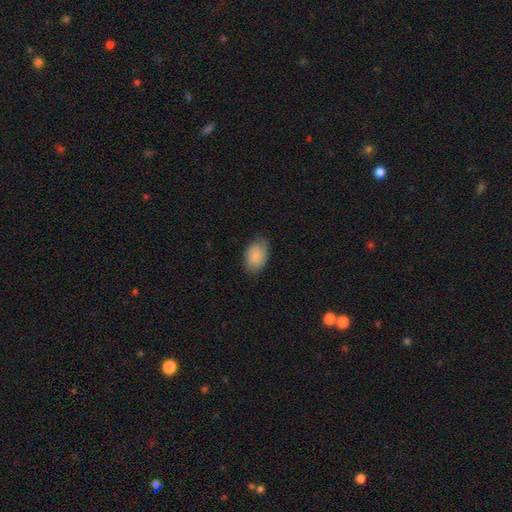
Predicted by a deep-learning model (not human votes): Q: Smooth or featured?
A: smooth (85%); runner-up: featured or disk (9%)
Q: How rounded?
A: in between (89%); runner-up: round (10%)
Q: Merging?
A: none (78%); runner-up: minor disturbance (18%)